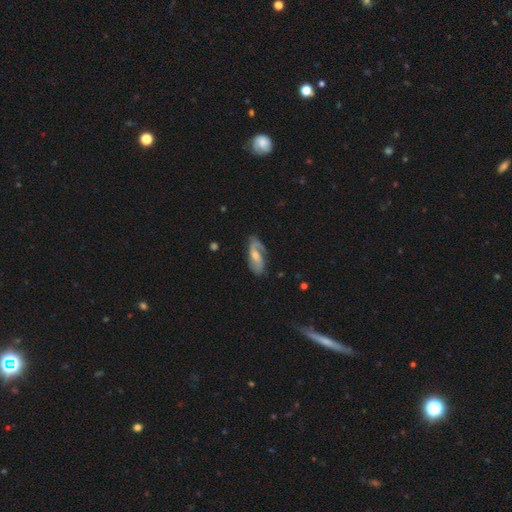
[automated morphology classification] Smooth or featured: featured or disk — 74% (smooth — 20%)
Edge-on disk: no — 93% (yes — 7%)
Bar: no — 46% (weak — 41%)
Spiral arms: yes — 93% (no — 7%)
Spiral winding: medium — 45% (loose — 30%)
Spiral arm count: 2 — 64% (1 — 26%)
Bulge size: moderate — 48% (small — 34%)
Merging: none — 64% (minor disturbance — 22%)